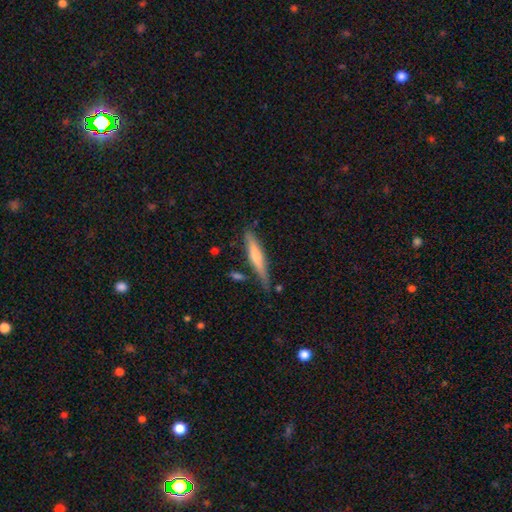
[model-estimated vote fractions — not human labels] Smooth or featured: smooth — 50% (featured or disk — 44%)
How rounded: cigar-shaped — 91% (in between — 8%)
Merging: none — 77% (minor disturbance — 16%)